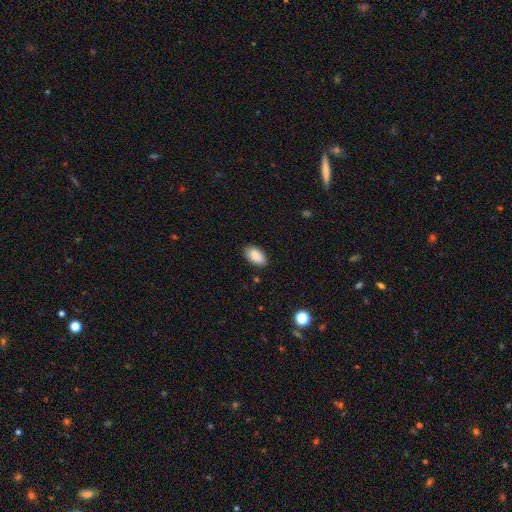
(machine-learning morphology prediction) Smooth or featured? Predicted: smooth (p=0.89). How rounded? Predicted: in between (p=0.94). Merging? Predicted: none (p=0.85).